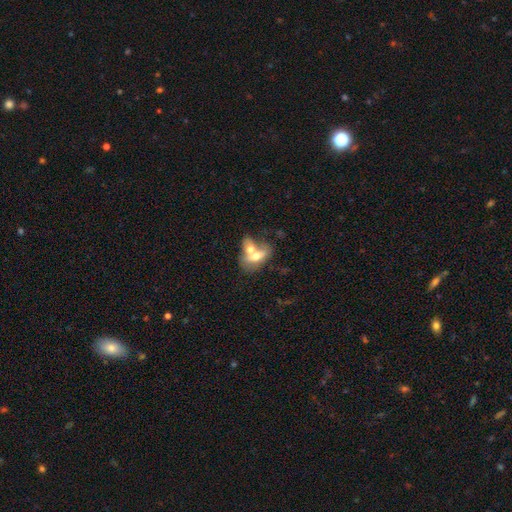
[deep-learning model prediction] smooth 58%, featured or disk 35%, star or artifact 7%. Down the decision tree: how rounded — in between (81%); merging — merger (70%).